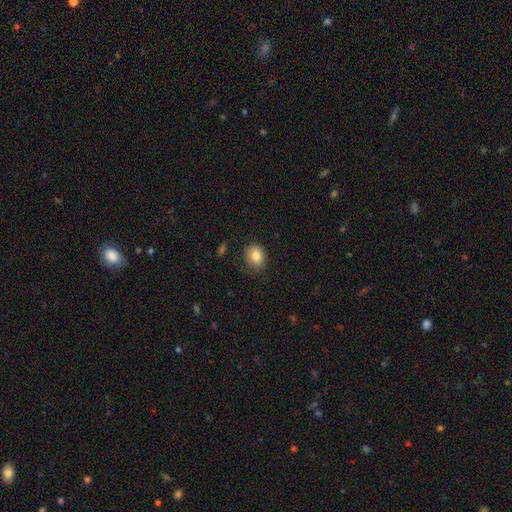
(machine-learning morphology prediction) Smooth or featured: smooth — 84% (star or artifact — 9%)
How rounded: round — 53% (in between — 46%)
Merging: none — 84% (minor disturbance — 12%)